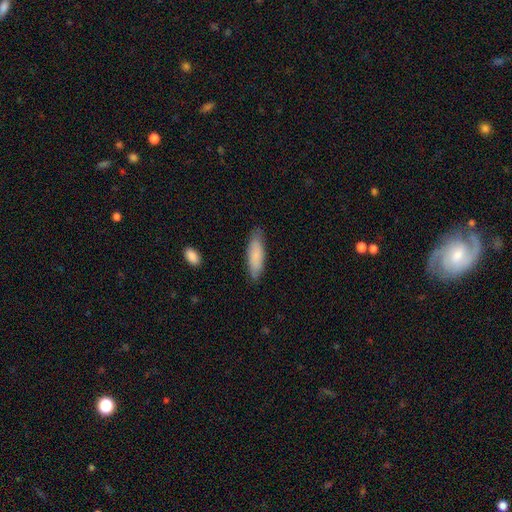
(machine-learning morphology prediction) type=smooth (84%); roundness=cigar-shaped (52%); merging=none (80%).